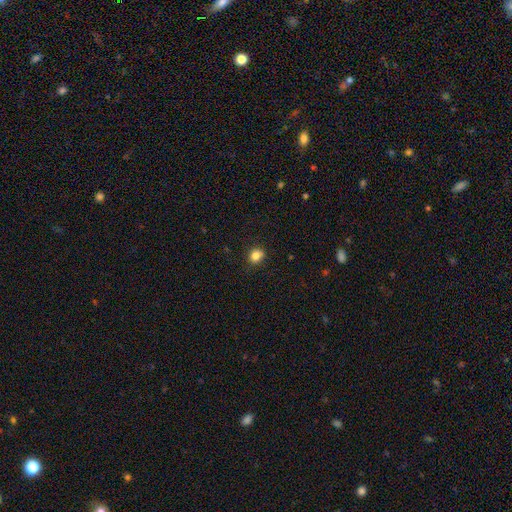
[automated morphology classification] Smooth or featured? smooth (84%)
How rounded? round (70%)
Merging? none (86%)